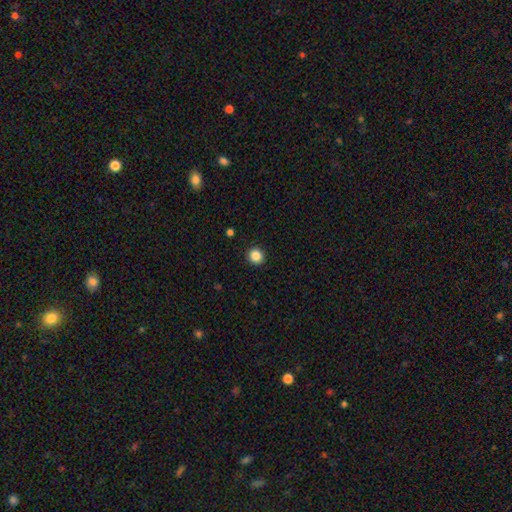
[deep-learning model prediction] Smooth or featured: smooth — 86% (star or artifact — 11%)
How rounded: round — 93% (in between — 6%)
Merging: none — 93% (minor disturbance — 4%)